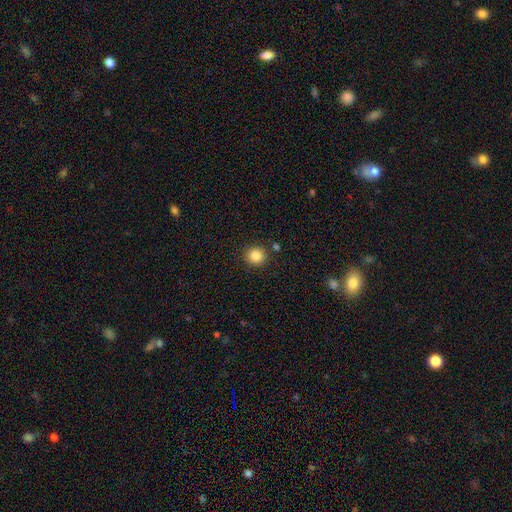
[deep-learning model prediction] Overall: smooth (85%). How rounded: round (92%). Merging: none (88%).